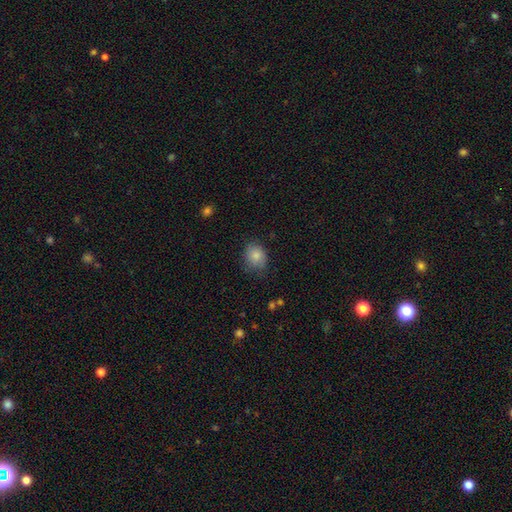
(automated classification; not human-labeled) Overall: smooth (85%). How rounded: round (55%; in between 44%). Merging: none (72%).